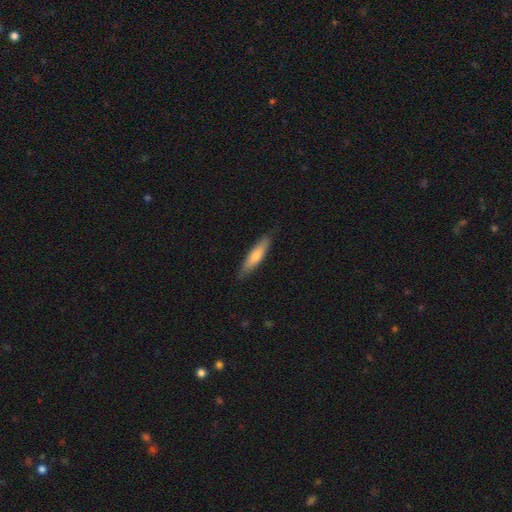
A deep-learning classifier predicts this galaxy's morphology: smooth-or-featured: smooth: 66% | featured or disk: 28% | star or artifact: 6%
  how-rounded: cigar-shaped: 81% | in between: 18% | round: 1%
  merging: none: 86% | minor disturbance: 11% | major disturbance: 2% | merger: 1%